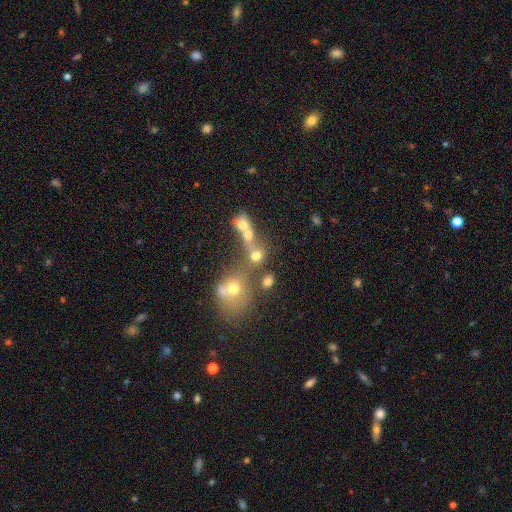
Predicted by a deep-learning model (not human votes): Morphology: type=smooth (64%); roundness=round (67%); merging=merger (50%).